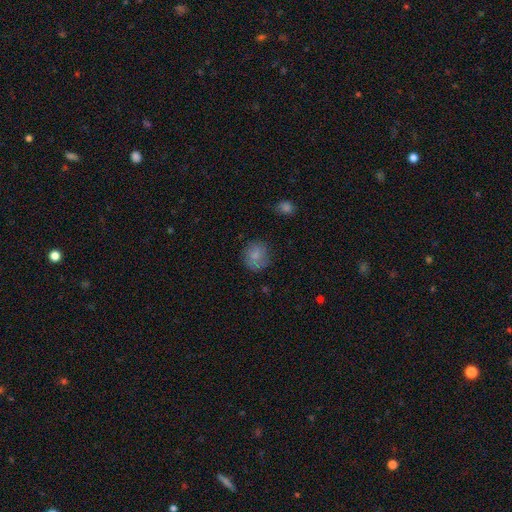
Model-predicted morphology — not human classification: Smooth or featured? smooth (80%)
How rounded? round (82%)
Merging? none (73%)